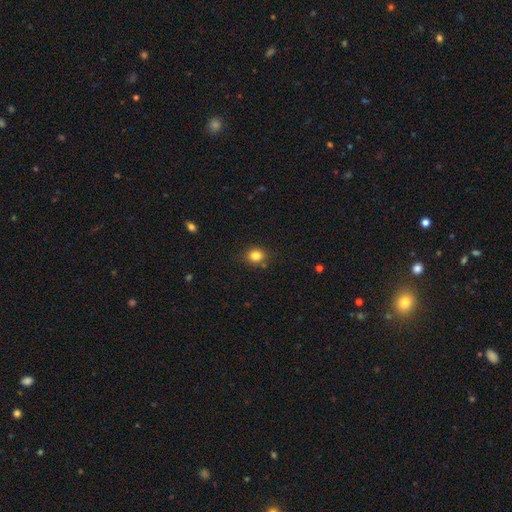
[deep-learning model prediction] Smooth or featured? smooth (82%)
How rounded? round (68%)
Merging? none (83%)